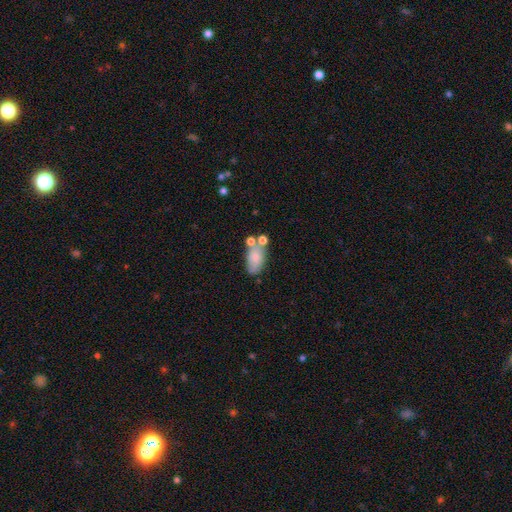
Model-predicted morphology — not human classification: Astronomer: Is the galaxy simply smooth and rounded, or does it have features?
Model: smooth — 72%.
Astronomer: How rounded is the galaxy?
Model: in between — 89%.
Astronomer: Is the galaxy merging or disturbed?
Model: none — 44% (runner-up: merger, 27%).